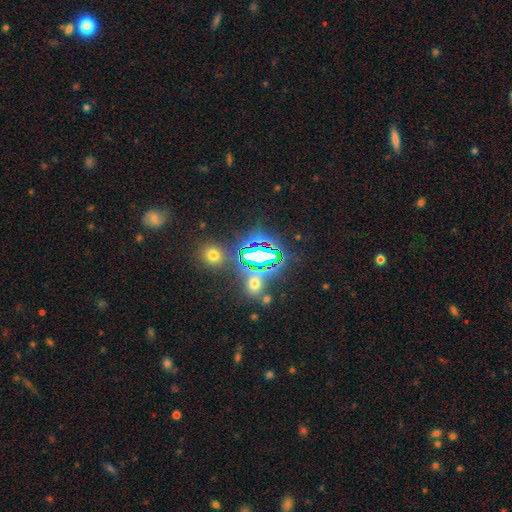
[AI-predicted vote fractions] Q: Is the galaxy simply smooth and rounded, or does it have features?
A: star or artifact — 73%.